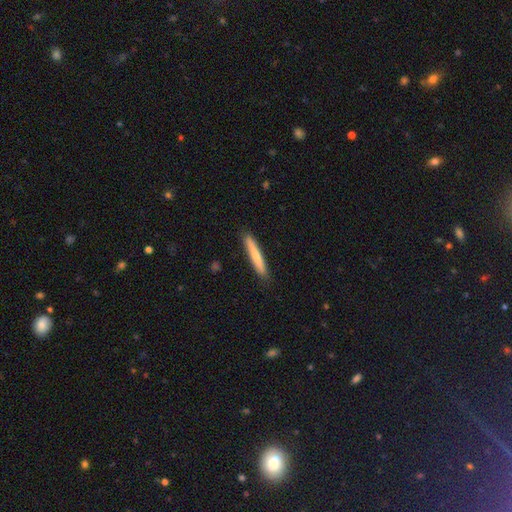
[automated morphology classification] A smooth galaxy with no disk features (71%) that is cigar-shaped (95%).

Vote fractions:
- Smooth or featured? smooth: 71% / featured or disk: 24% / star or artifact: 5%
- How rounded? cigar-shaped: 95% / in between: 4% / round: 1%
- Merging? none: 89% / minor disturbance: 8% / major disturbance: 2% / merger: 1%